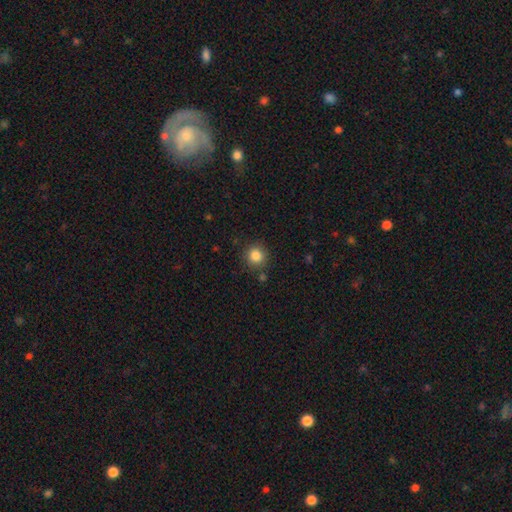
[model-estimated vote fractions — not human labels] Q: Smooth or featured?
A: smooth (84%); runner-up: star or artifact (11%)
Q: How rounded?
A: round (92%); runner-up: in between (7%)
Q: Merging?
A: none (85%); runner-up: minor disturbance (8%)